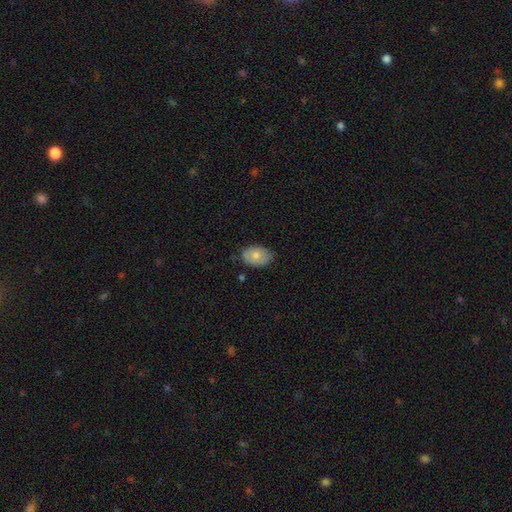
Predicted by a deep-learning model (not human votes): A smooth galaxy with no disk features (74%) that is in between round and cigar-shaped (85%). Merging: none (78%).